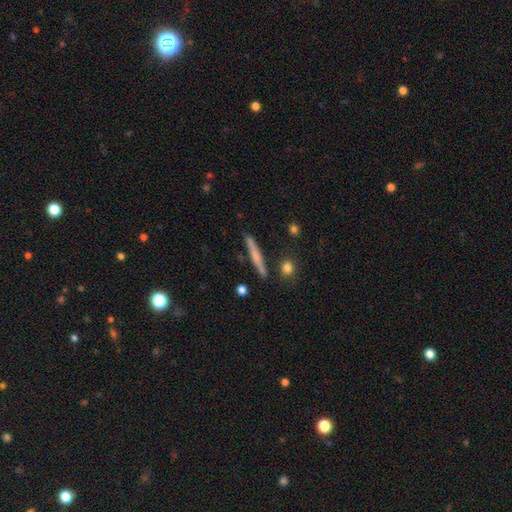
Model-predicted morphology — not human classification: Smooth or featured?
  - smooth: 54% *
  - featured or disk: 39%
  - star or artifact: 7%
How rounded?
  - cigar-shaped: 94% *
  - in between: 3%
  - round: 2%
Merging?
  - none: 86% *
  - minor disturbance: 8%
  - merger: 3%
  - major disturbance: 2%